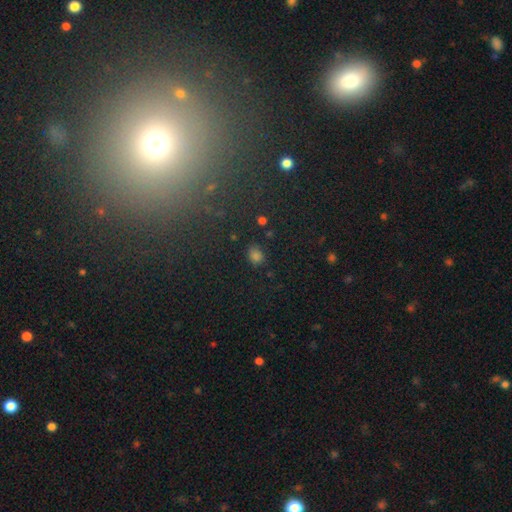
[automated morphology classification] Smooth or featured: smooth — 72% (star or artifact — 22%)
How rounded: in between — 55% (round — 43%)
Merging: none — 83% (minor disturbance — 11%)